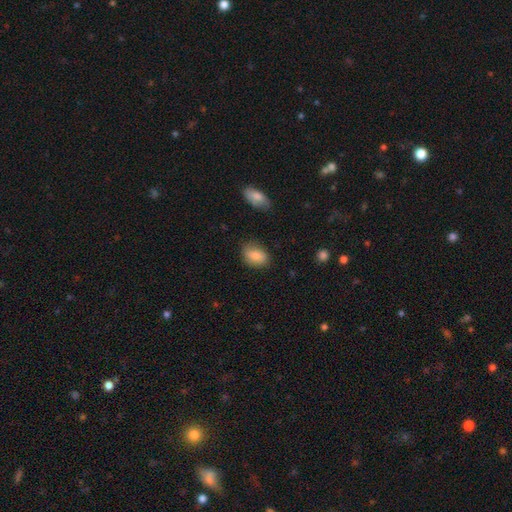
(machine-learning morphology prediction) Smooth or featured? Predicted: smooth (p=0.83). How rounded? Predicted: in between (p=0.77). Merging? Predicted: none (p=0.74).